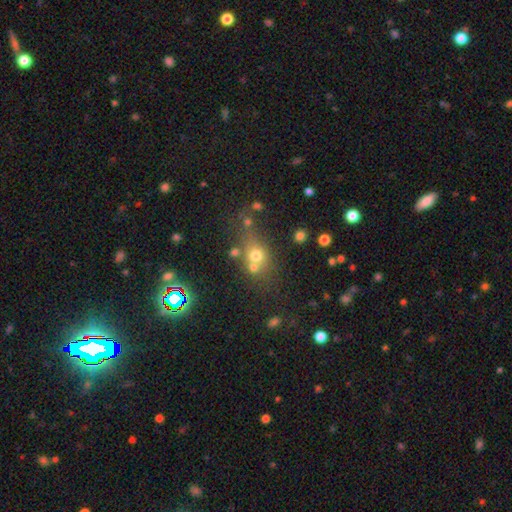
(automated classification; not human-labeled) Smooth or featured?
  - smooth: 63% *
  - star or artifact: 20%
  - featured or disk: 17%
How rounded?
  - round: 65% *
  - in between: 32%
  - cigar-shaped: 2%
Merging?
  - none: 47% *
  - merger: 32%
  - minor disturbance: 13%
  - major disturbance: 8%